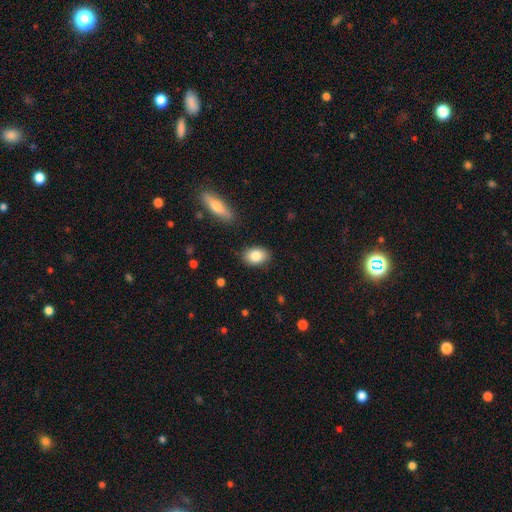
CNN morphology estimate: This appears to be a smooth galaxy with no disk features (84%) that is in between round and cigar-shaped (84%). Merging: none (85%).